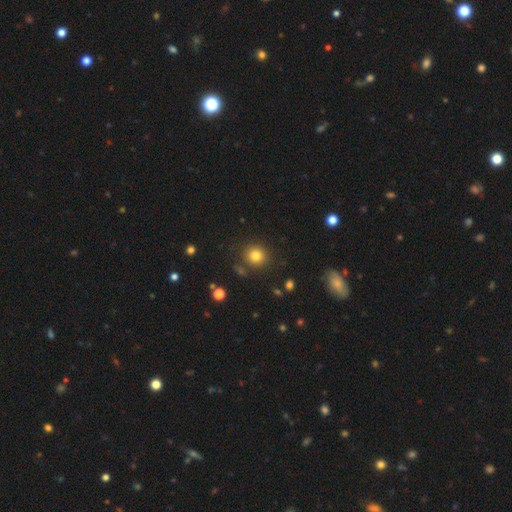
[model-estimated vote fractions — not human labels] Morphology: type=smooth (81%); roundness=round (87%); merging=none (84%).